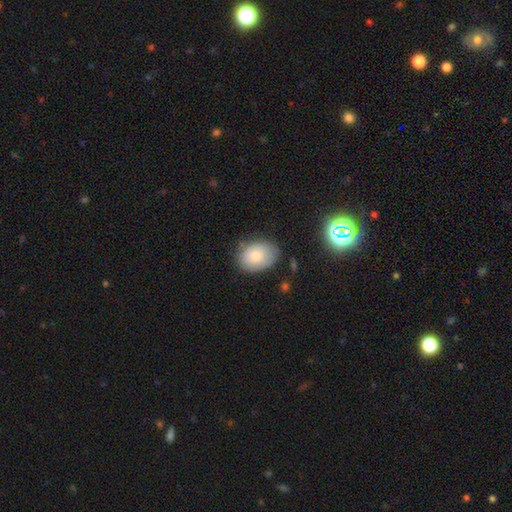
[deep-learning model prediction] Smooth or featured?
  - smooth: 78% *
  - featured or disk: 14%
  - star or artifact: 8%
How rounded?
  - in between: 73% *
  - round: 26%
  - cigar-shaped: 1%
Merging?
  - none: 73% *
  - minor disturbance: 21%
  - major disturbance: 4%
  - merger: 2%